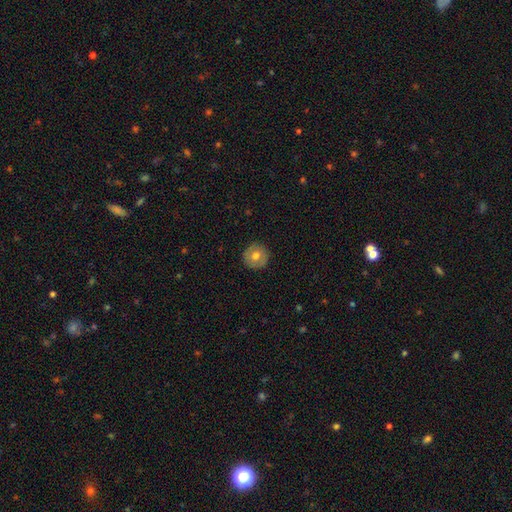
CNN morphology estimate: Smooth or featured? smooth (68%)
How rounded? round (94%)
Merging? none (89%)